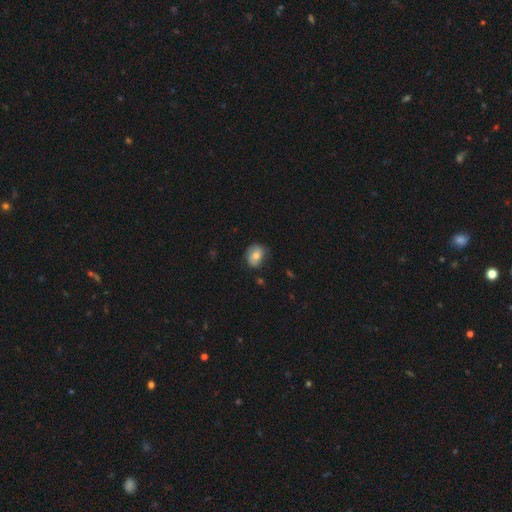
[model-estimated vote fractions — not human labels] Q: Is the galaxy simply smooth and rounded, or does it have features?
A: smooth — 69%.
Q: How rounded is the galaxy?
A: in between — 52%.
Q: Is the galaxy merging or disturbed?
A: none — 68%.